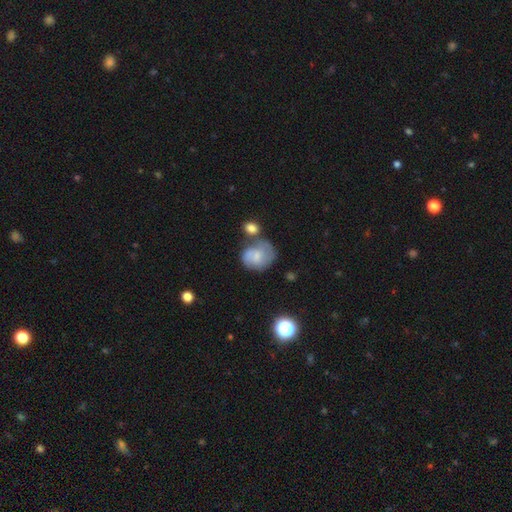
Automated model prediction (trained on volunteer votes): Morphology: type=smooth (55%); roundness=round (57%); merging=none (38%).